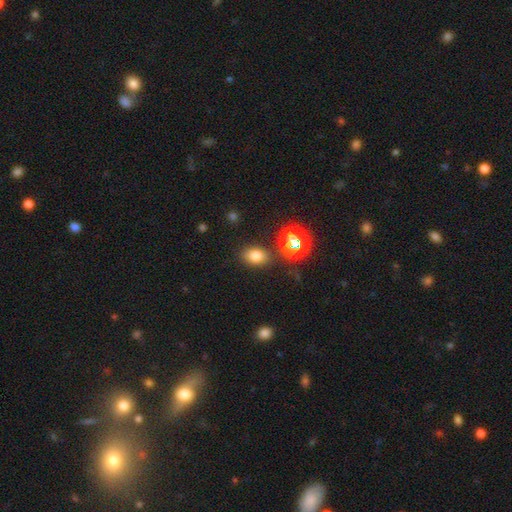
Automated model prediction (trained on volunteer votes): Q: Smooth or featured?
A: smooth (75%); runner-up: star or artifact (17%)
Q: How rounded?
A: in between (72%); runner-up: round (26%)
Q: Merging?
A: none (81%); runner-up: minor disturbance (11%)